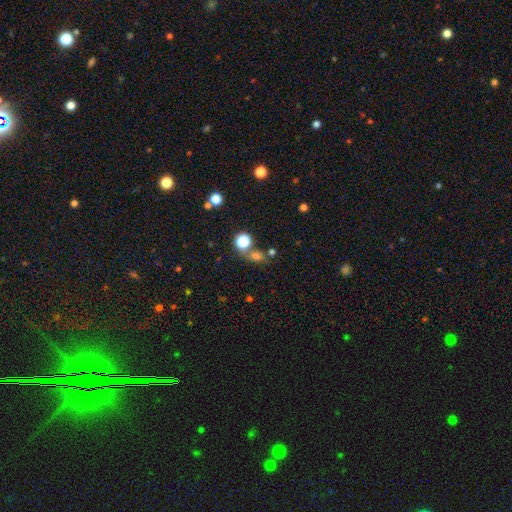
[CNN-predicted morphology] This appears to be a smooth galaxy with no disk features (63%) that is round (67%). Merging: none (60%).